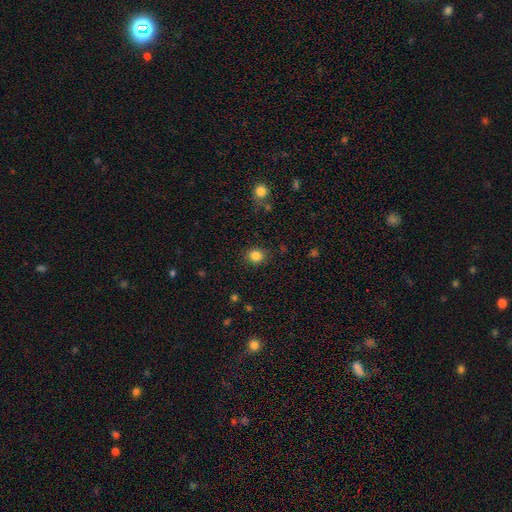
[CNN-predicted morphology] smooth-or-featured: smooth: 84% | star or artifact: 12% | featured or disk: 4%
  how-rounded: round: 75% | in between: 24% | cigar-shaped: 1%
  merging: none: 86% | minor disturbance: 9% | major disturbance: 3% | merger: 2%